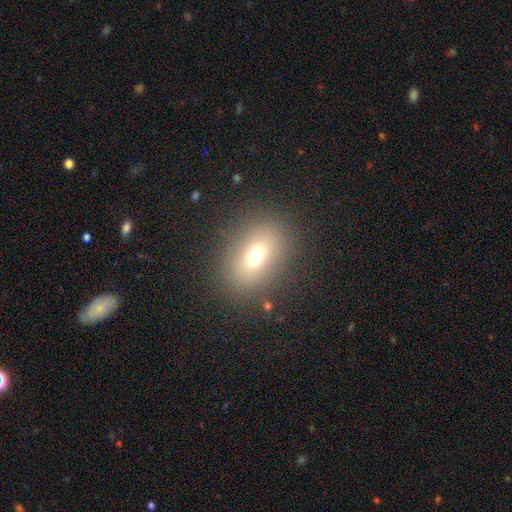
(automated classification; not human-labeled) Overall: smooth (69%). How rounded: in between (65%; round 33%). Merging: none (85%).